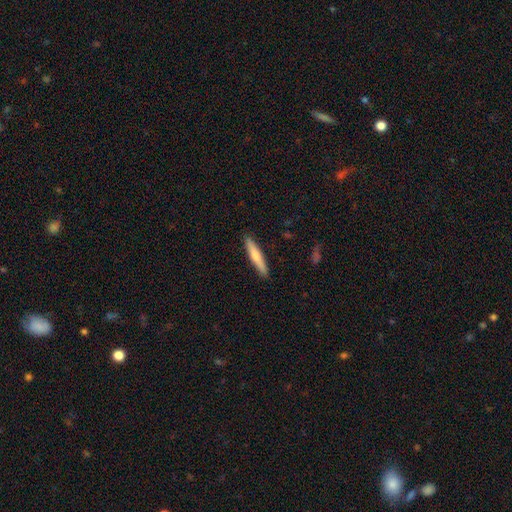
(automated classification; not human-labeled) Smooth or featured? smooth (65%)
How rounded? cigar-shaped (91%)
Merging? none (90%)